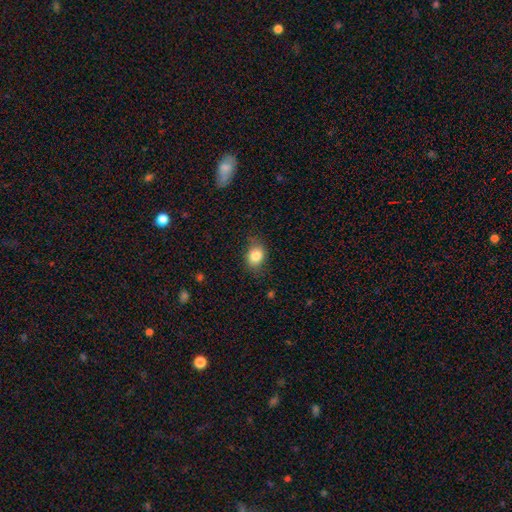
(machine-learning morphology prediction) smooth_or_featured: smooth (p=0.83) [alt: star or artifact p=0.09]
how_rounded: in between (p=0.56) [alt: round p=0.43]
merging: none (p=0.74) [alt: minor disturbance p=0.20]